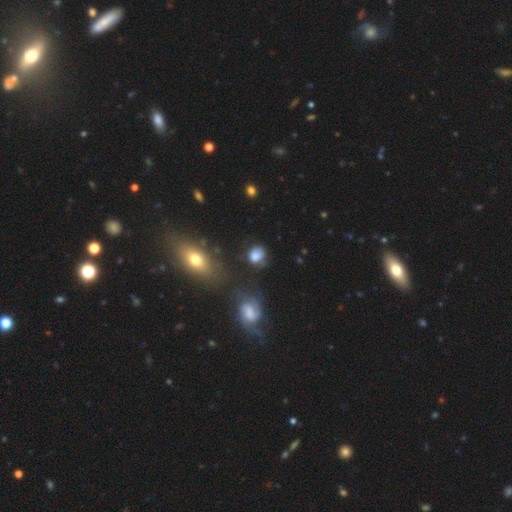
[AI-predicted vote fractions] Smooth or featured?
  - smooth: 74% *
  - featured or disk: 15%
  - star or artifact: 11%
How rounded?
  - round: 66% *
  - in between: 32%
  - cigar-shaped: 1%
Merging?
  - none: 62% *
  - minor disturbance: 21%
  - major disturbance: 10%
  - merger: 7%